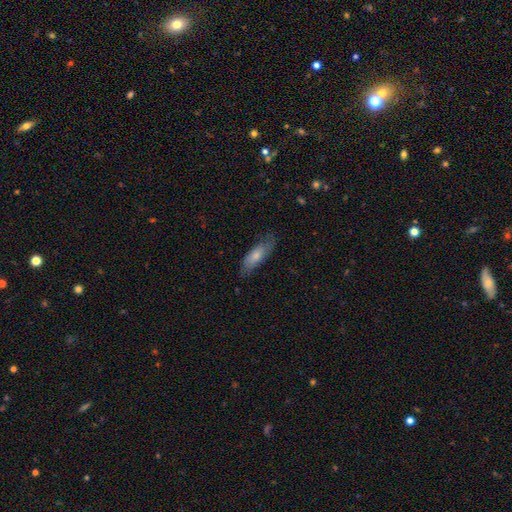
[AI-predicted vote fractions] A smooth galaxy with no disk features (68%) that is in between round and cigar-shaped (63%). Merging: none (70%).